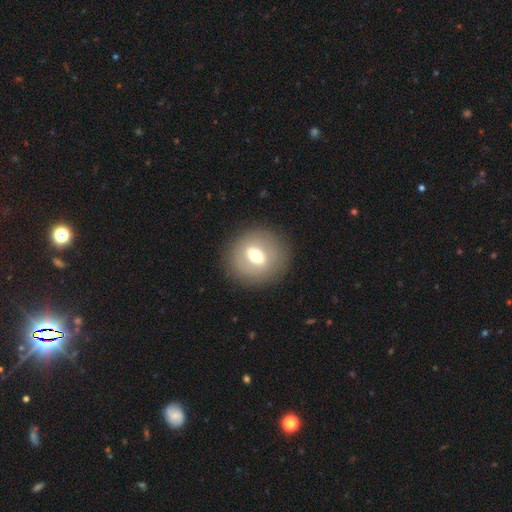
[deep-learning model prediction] A smooth galaxy with no disk features (51%) that is round (78%).

Vote fractions:
- Smooth or featured? smooth: 51% / featured or disk: 39% / star or artifact: 9%
- How rounded? round: 78% / in between: 21% / cigar-shaped: 1%
- Merging? none: 85% / minor disturbance: 9% / major disturbance: 5% / merger: 1%